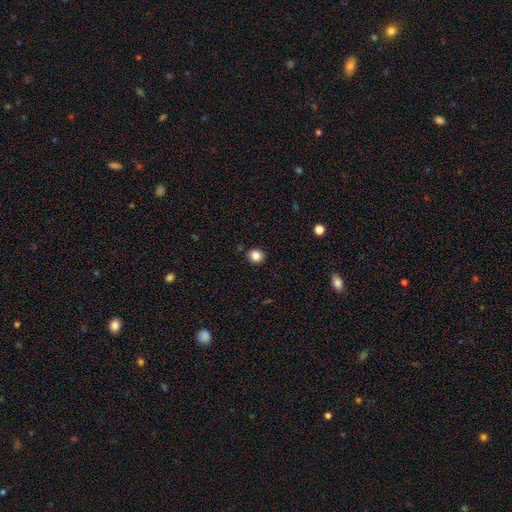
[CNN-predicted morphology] Overall: smooth (85%). How rounded: round (84%). Merging: none (90%).